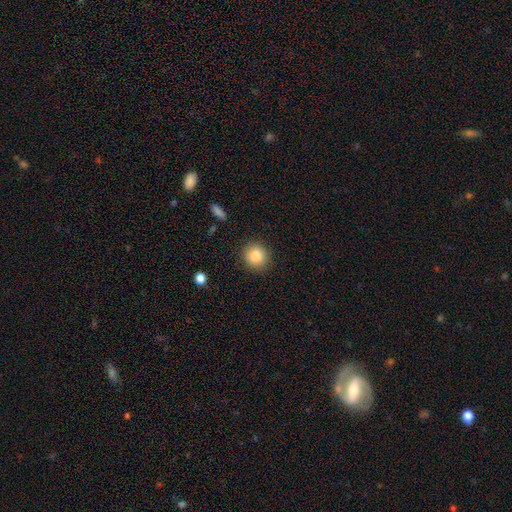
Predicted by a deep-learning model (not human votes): Overall: smooth (83%). How rounded: round (90%). Merging: none (89%).